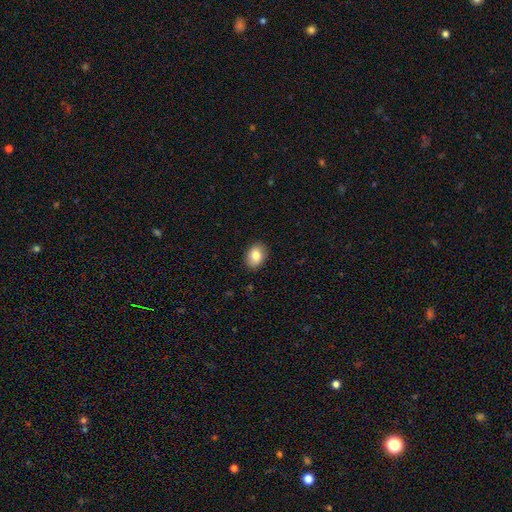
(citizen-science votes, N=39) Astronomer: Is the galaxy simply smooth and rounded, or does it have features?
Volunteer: smooth — 79%.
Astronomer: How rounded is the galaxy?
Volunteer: in between — 61% (runner-up: round, 39%).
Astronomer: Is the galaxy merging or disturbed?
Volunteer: none — 91%.